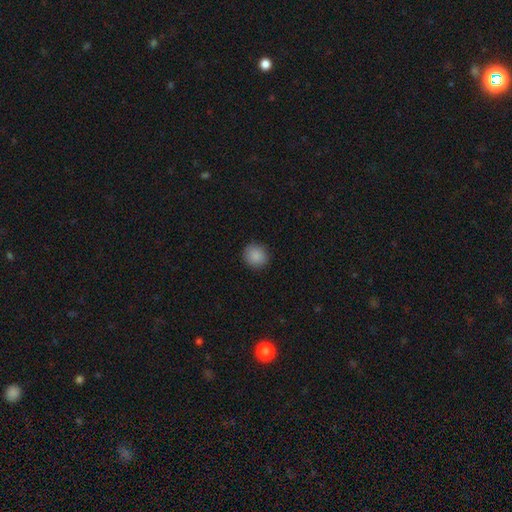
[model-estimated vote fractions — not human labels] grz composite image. It shows a smooth galaxy with no disk features (88%) that is round (87%). Merging: none (90%).